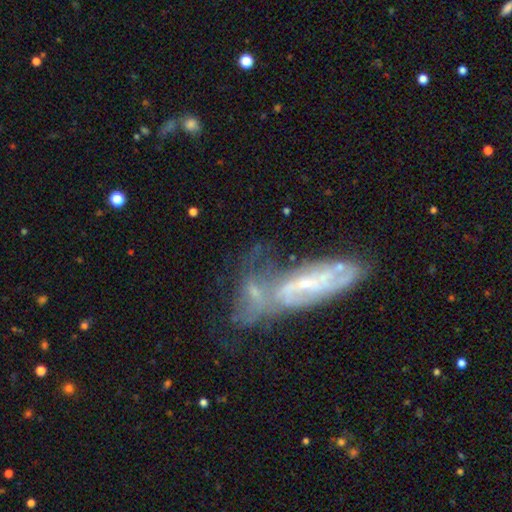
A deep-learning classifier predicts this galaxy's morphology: smooth-or-featured: featured or disk: 69% | smooth: 21% | star or artifact: 10%
  disk-edge-on: no: 82% | yes: 18%
    bar: no: 52% | weak: 34% | strong: 14%
    has-spiral-arms: yes: 67% | no: 33%
    bulge-size: small: 66% | moderate: 21% | none: 10% | large: 2% | dominant: 1%
  merging: merger: 46% | none: 23% | major disturbance: 16% | minor disturbance: 15%